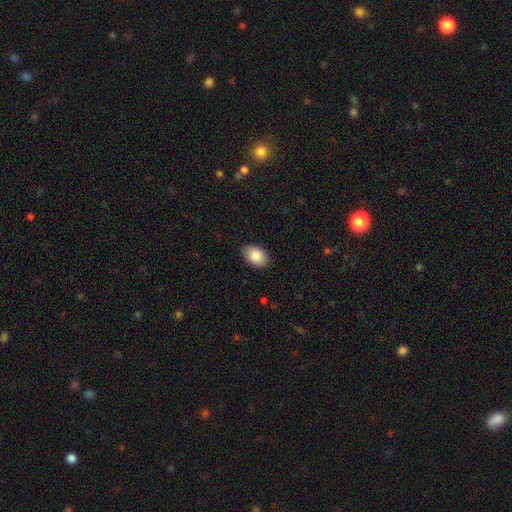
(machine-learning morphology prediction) Q: Smooth or featured?
A: smooth (87%); runner-up: star or artifact (7%)
Q: How rounded?
A: in between (87%); runner-up: round (12%)
Q: Merging?
A: none (88%); runner-up: minor disturbance (9%)